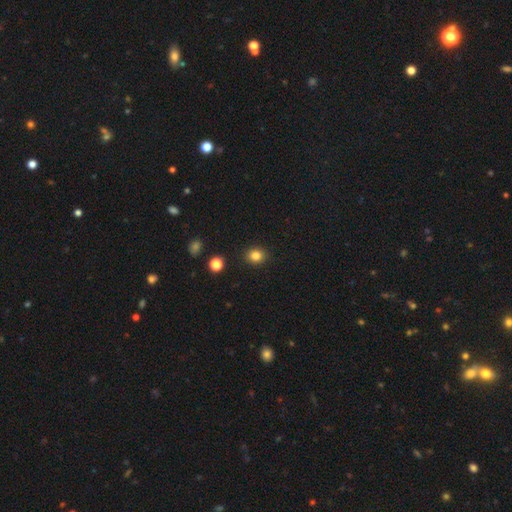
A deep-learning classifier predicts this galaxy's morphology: The model was most divided on "how rounded": round: 73%, in between: 26%, cigar-shaped: 1%. More confident: merging — none (90%); smooth or featured — smooth (83%).